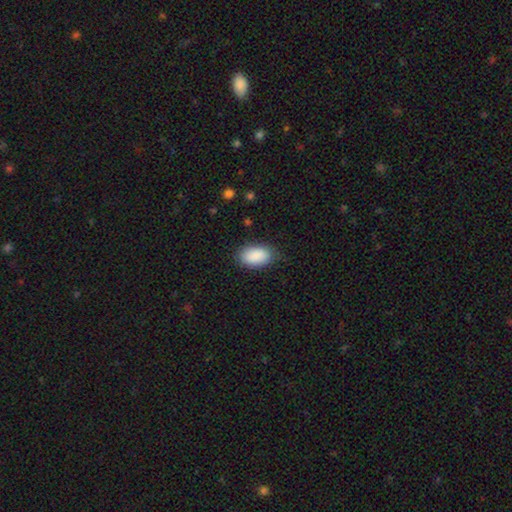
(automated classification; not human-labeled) The model was most divided on "merging": none: 82%, minor disturbance: 14%, major disturbance: 3%, merger: 1%. More confident: how rounded — in between (94%); smooth or featured — smooth (90%).